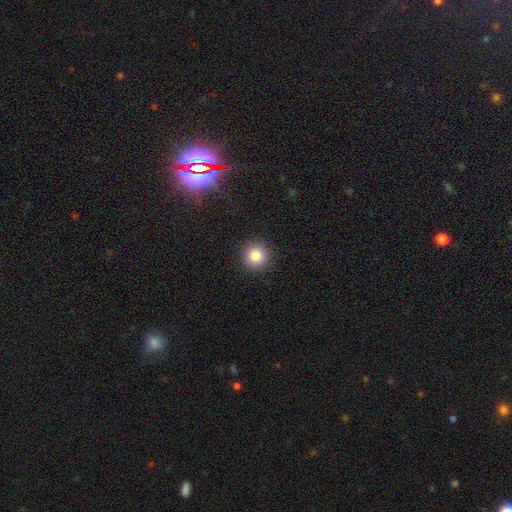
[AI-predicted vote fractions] Q: Smooth or featured?
A: smooth (84%); runner-up: star or artifact (10%)
Q: How rounded?
A: round (94%); runner-up: in between (5%)
Q: Merging?
A: none (92%); runner-up: minor disturbance (5%)